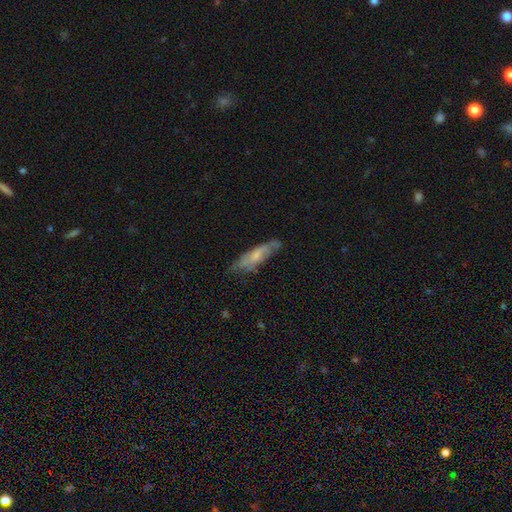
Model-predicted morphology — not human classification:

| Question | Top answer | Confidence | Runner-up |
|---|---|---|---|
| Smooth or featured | smooth | 49% | featured or disk (45%) |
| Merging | none | 64% | minor disturbance (26%) |